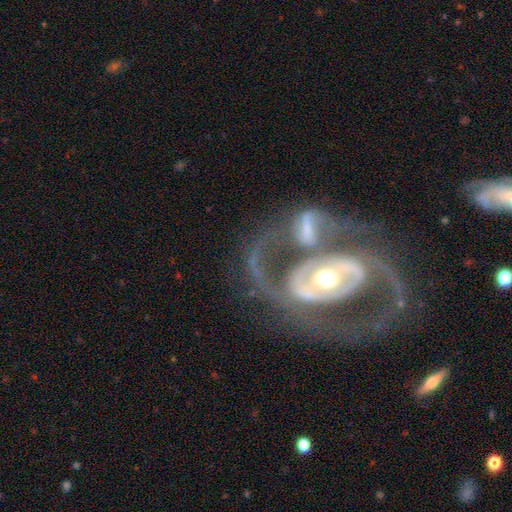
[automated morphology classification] A featured or disk galaxy (85%) with no bar (41%), 2 (76%) medium (44%) spiral arms (80%) and a moderate central bulge (70%). Merging: merger (35%).